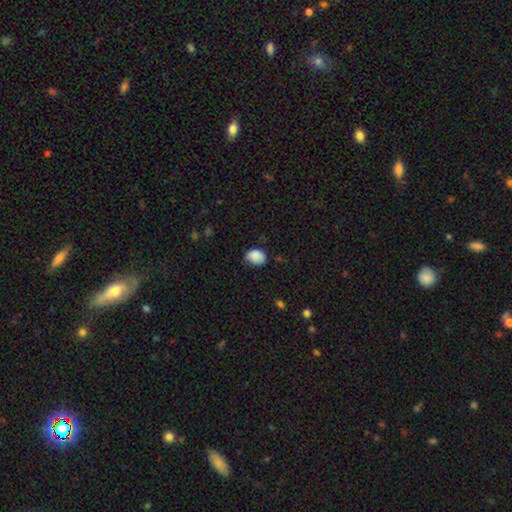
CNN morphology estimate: smooth-or-featured: smooth: 86% | star or artifact: 8% | featured or disk: 6%
  how-rounded: in between: 64% | round: 35% | cigar-shaped: 1%
  merging: none: 58% | minor disturbance: 34% | major disturbance: 6% | merger: 2%